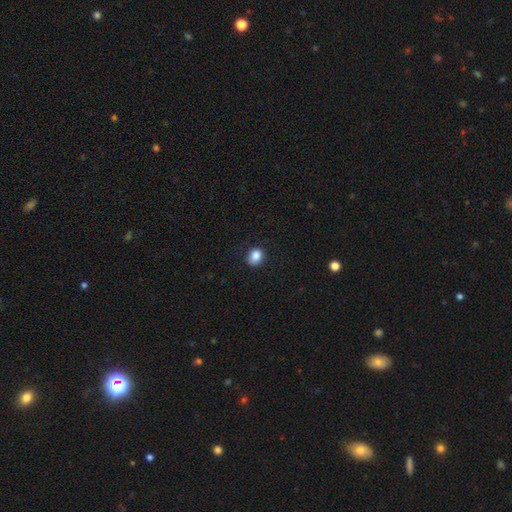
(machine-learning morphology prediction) Smooth or featured? smooth (86%)
How rounded? round (60%)
Merging? none (84%)